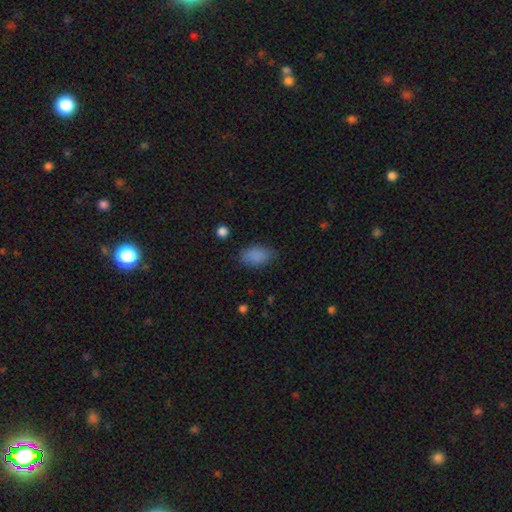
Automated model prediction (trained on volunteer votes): smooth_or_featured: smooth (p=0.87) [alt: star or artifact p=0.09]
how_rounded: in between (p=0.91) [alt: round p=0.07]
merging: none (p=0.77) [alt: minor disturbance p=0.17]